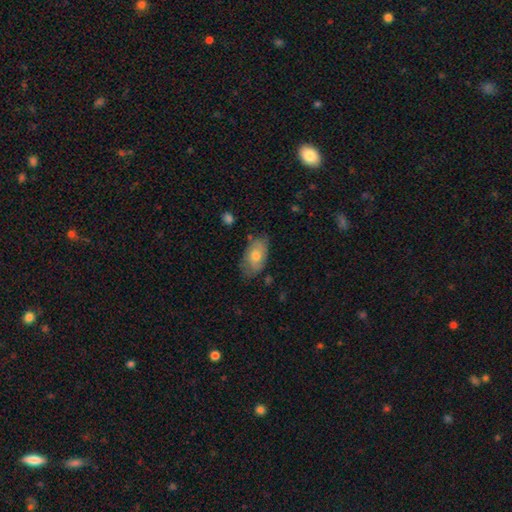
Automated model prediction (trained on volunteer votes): Smooth or featured? Predicted: smooth (p=0.64). How rounded? Predicted: in between (p=0.91). Merging? Predicted: none (p=0.68).